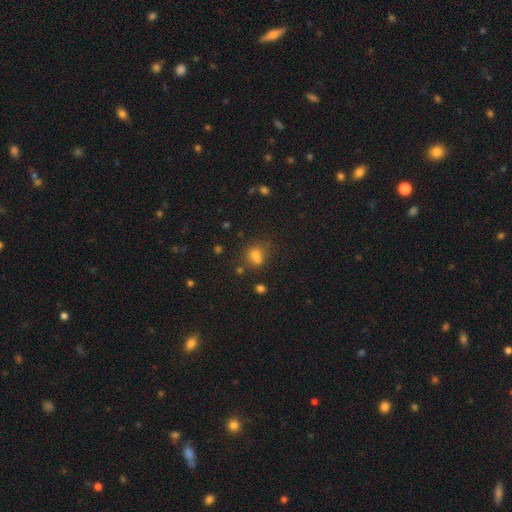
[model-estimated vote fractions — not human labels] smooth 67%, star or artifact 20%, featured or disk 13%. Down the decision tree: how rounded — round (58%); merging — none (46%).